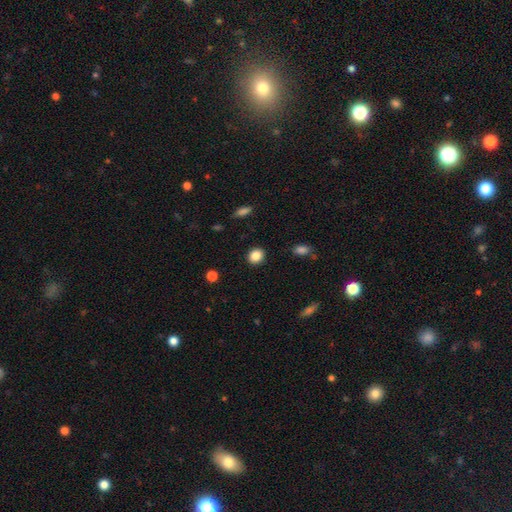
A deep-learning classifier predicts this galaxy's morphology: Q: Smooth or featured?
A: smooth (87%); runner-up: star or artifact (9%)
Q: How rounded?
A: round (72%); runner-up: in between (27%)
Q: Merging?
A: none (90%); runner-up: minor disturbance (7%)